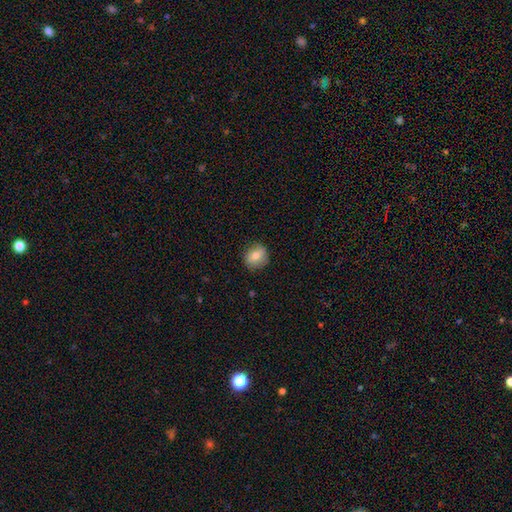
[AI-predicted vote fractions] Smooth or featured? smooth (73%)
How rounded? round (77%)
Merging? none (81%)